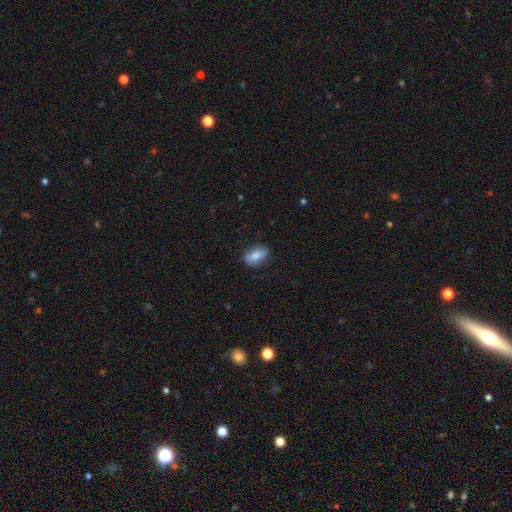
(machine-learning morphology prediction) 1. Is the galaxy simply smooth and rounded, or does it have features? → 77% smooth, 15% featured or disk, 7% star or artifact.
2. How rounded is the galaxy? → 84% in between, 11% cigar-shaped, 5% round.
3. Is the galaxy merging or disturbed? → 82% none, 14% minor disturbance, 3% major disturbance, 1% merger.